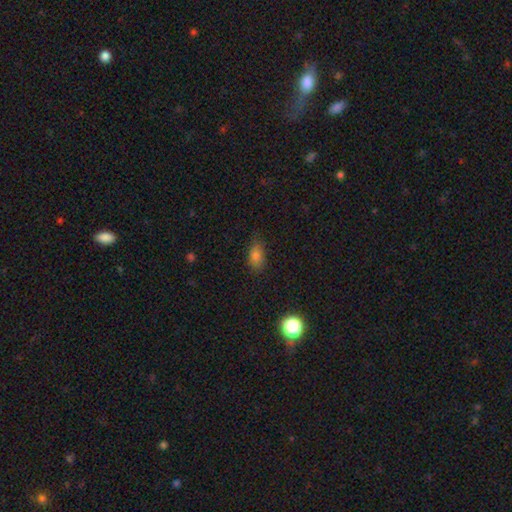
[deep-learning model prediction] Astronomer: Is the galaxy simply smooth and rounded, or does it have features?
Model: smooth — 80%.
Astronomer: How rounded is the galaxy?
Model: in between — 85%.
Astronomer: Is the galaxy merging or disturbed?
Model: none — 72%.